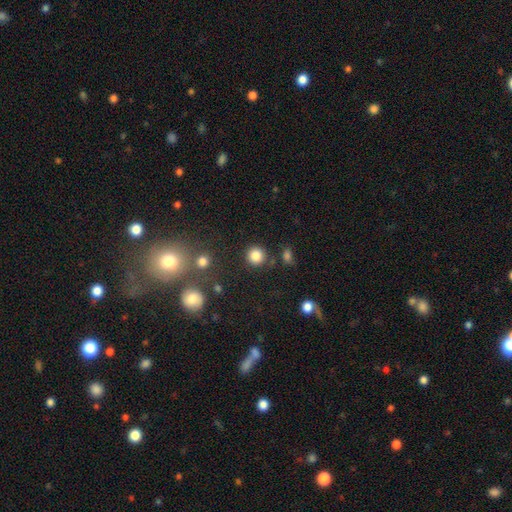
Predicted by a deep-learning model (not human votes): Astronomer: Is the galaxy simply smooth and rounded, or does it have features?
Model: smooth — 84%.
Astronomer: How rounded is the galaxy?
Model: round — 92%.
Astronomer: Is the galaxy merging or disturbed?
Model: none — 86%.